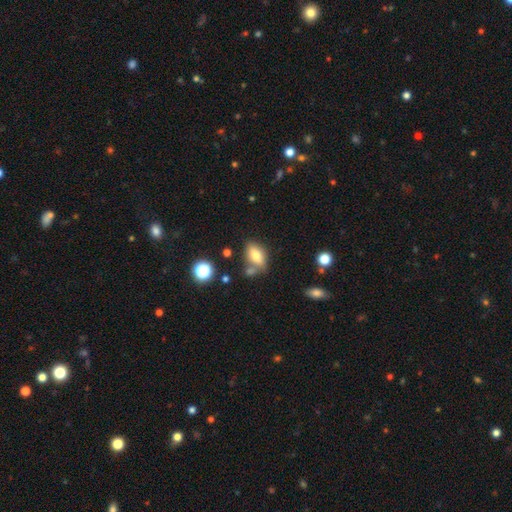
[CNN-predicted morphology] Q: Smooth or featured?
A: smooth (72%); runner-up: featured or disk (18%)
Q: How rounded?
A: in between (84%); runner-up: cigar-shaped (8%)
Q: Merging?
A: none (60%); runner-up: merger (17%)